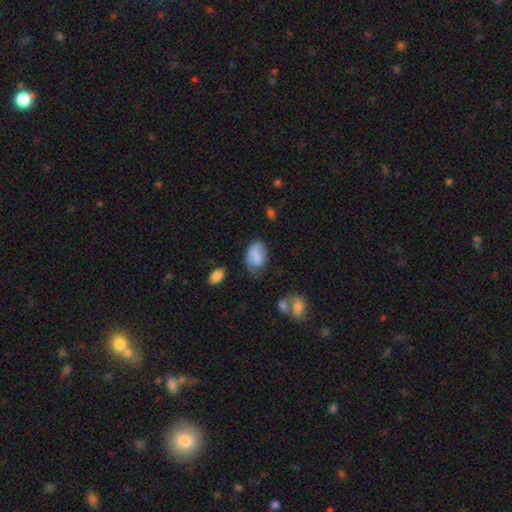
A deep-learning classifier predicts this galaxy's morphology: Q: Smooth or featured?
A: smooth (79%); runner-up: featured or disk (13%)
Q: How rounded?
A: in between (88%); runner-up: round (11%)
Q: Merging?
A: none (52%); runner-up: minor disturbance (31%)